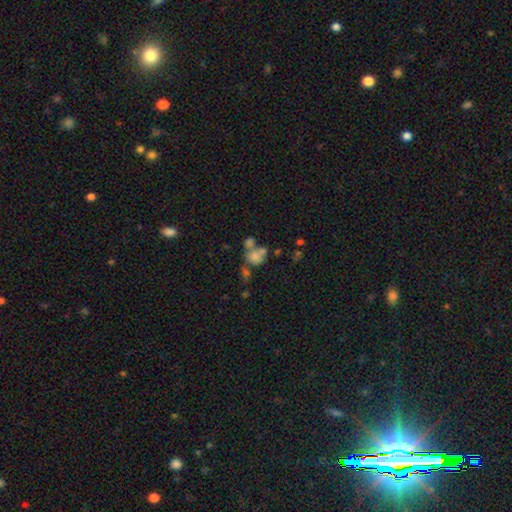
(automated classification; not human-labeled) smooth_or_featured: smooth (p=0.65) [alt: featured or disk p=0.21]
how_rounded: round (p=0.56) [alt: in between p=0.42]
merging: merger (p=0.50) [alt: none p=0.29]